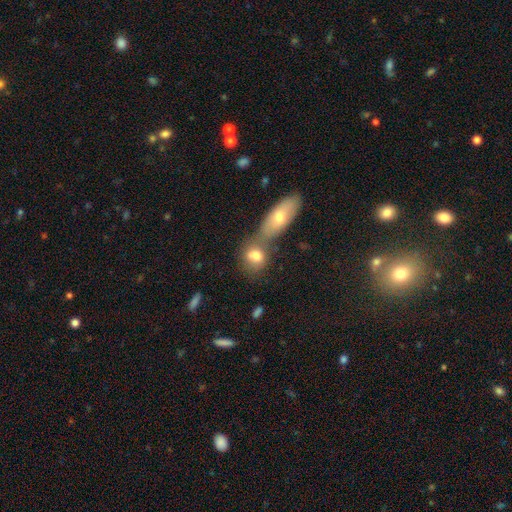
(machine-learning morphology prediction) Smooth or featured: smooth — 75% (featured or disk — 16%)
How rounded: in between — 50% (round — 45%)
Merging: merger — 51% (none — 35%)